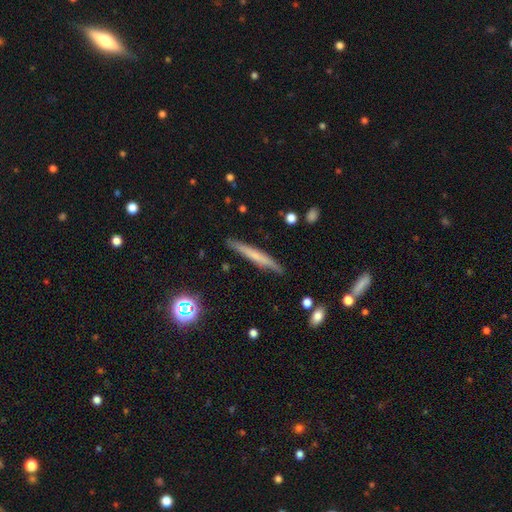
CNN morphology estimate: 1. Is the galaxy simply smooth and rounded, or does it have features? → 51% smooth, 41% featured or disk, 8% star or artifact.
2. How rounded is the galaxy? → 96% cigar-shaped, 3% in between, 2% round.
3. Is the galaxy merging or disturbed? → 88% none, 9% minor disturbance, 2% major disturbance, 1% merger.